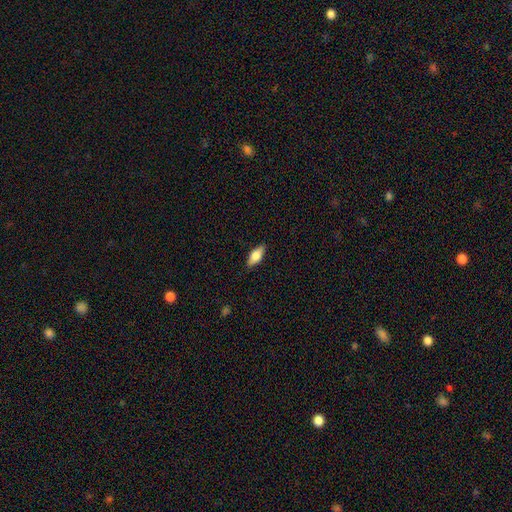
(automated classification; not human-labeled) This appears to be a smooth galaxy with no disk features (72%) that is in between round and cigar-shaped (80%). Merging: none (86%).